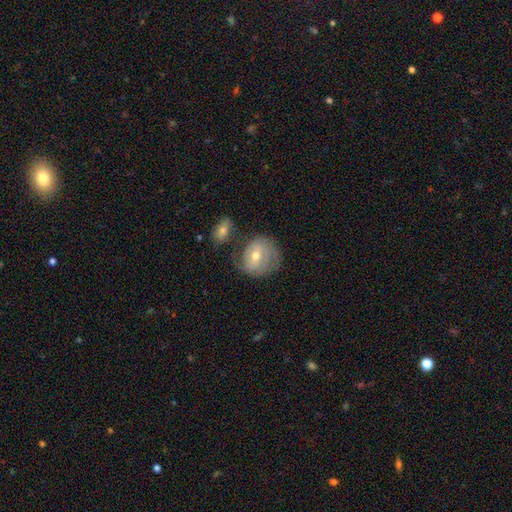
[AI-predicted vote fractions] featured or disk 57%, smooth 36%, star or artifact 7%. Down the decision tree: edge-on disk — no (96%); bar — weak (46%); spiral arms — yes (69%); bulge size — moderate (66%); merging — none (57%).